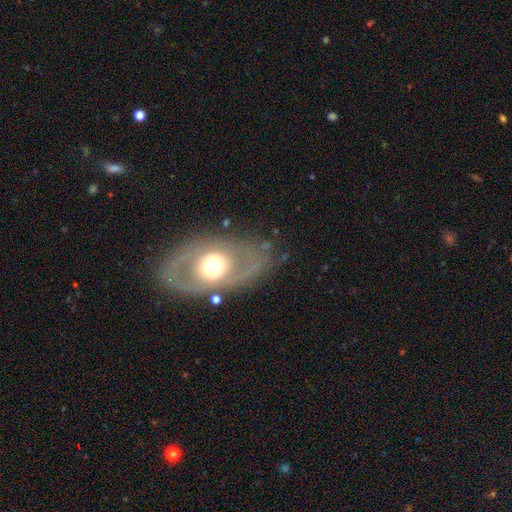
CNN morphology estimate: type=featured or disk (68%); edge-on=no (90%); bar=no (82%); spiral arms=no (61%); bulge=moderate (55%); merging=none (77%).